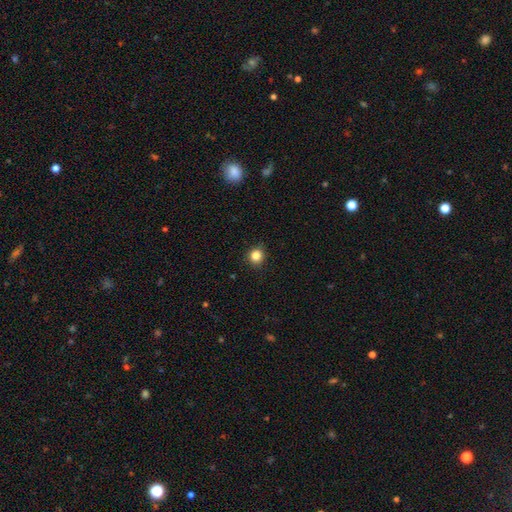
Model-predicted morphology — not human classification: A smooth galaxy with no disk features (84%) that is round (88%).

Vote fractions:
- Smooth or featured? smooth: 84% / star or artifact: 12% / featured or disk: 4%
- How rounded? round: 88% / in between: 11% / cigar-shaped: 1%
- Merging? none: 89% / minor disturbance: 8% / major disturbance: 2% / merger: 1%